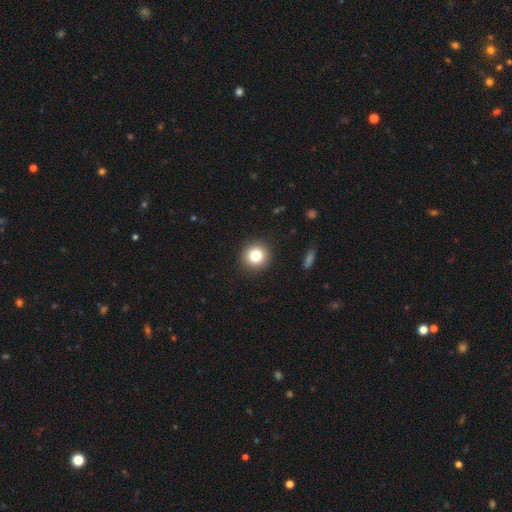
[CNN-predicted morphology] A smooth galaxy with no disk features (83%) that is round (92%). Merging: none (91%).